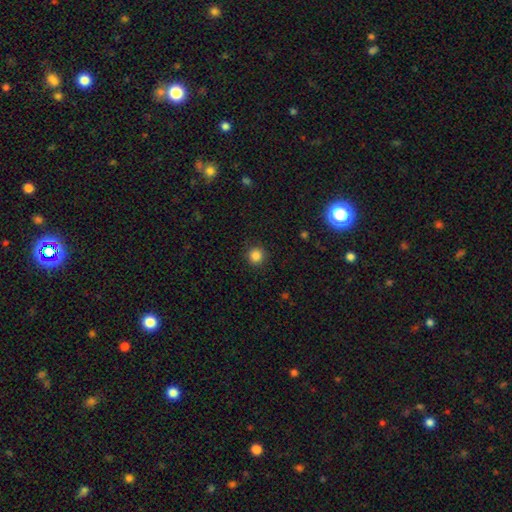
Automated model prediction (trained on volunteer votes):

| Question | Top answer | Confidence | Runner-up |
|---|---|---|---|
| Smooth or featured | smooth | 85% | star or artifact (12%) |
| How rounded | round | 94% | in between (5%) |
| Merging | none | 91% | minor disturbance (6%) |